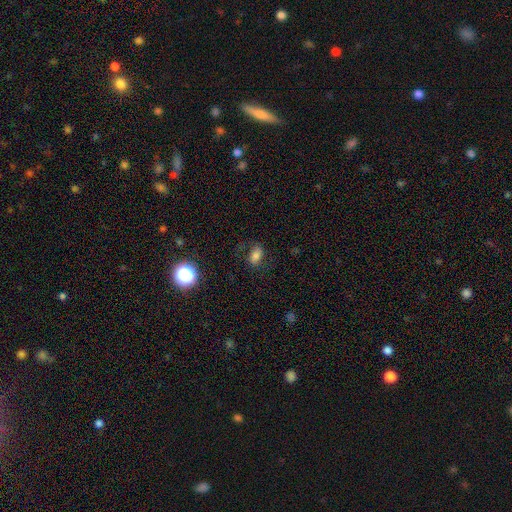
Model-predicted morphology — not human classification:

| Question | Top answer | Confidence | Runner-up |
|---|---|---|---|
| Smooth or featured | smooth | 72% | star or artifact (14%) |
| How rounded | in between | 85% | round (12%) |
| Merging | none | 72% | minor disturbance (18%) |